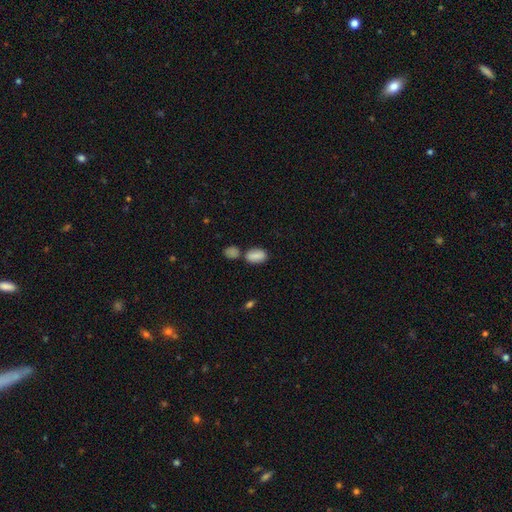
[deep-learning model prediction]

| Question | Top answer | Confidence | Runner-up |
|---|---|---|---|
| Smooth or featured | smooth | 85% | star or artifact (8%) |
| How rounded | in between | 90% | round (7%) |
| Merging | none | 56% | merger (27%) |